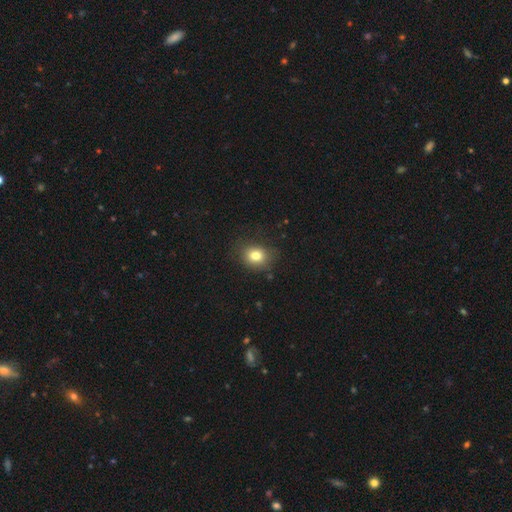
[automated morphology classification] Overall: smooth (80%). How rounded: round (58%; in between 41%). Merging: none (79%).